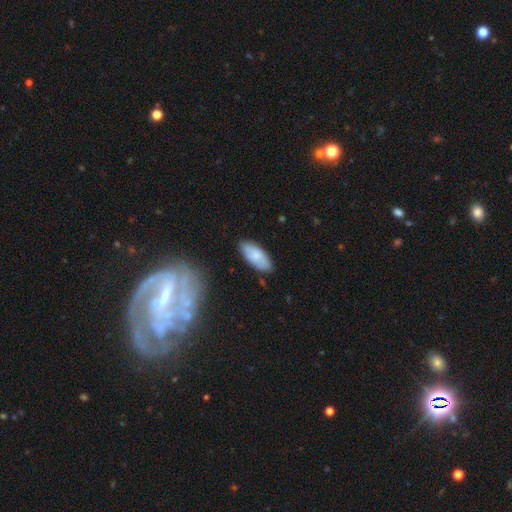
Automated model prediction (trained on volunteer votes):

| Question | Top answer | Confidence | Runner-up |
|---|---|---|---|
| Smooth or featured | smooth | 75% | featured or disk (18%) |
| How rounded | in between | 86% | cigar-shaped (13%) |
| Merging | none | 82% | minor disturbance (14%) |